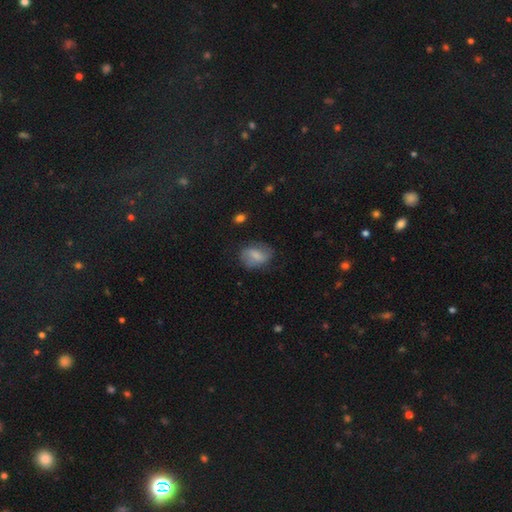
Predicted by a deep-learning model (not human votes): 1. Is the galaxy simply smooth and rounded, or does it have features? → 61% smooth, 31% featured or disk, 8% star or artifact.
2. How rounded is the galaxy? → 71% in between, 27% round, 2% cigar-shaped.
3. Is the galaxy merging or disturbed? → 66% none, 24% minor disturbance, 9% major disturbance, 2% merger.